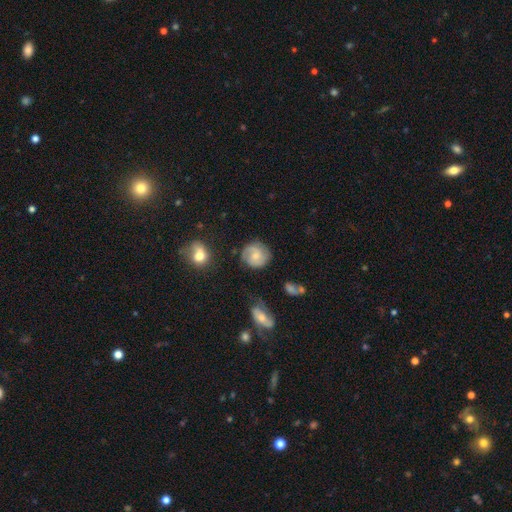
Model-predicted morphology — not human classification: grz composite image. It shows a featured or disk galaxy (59%) with no bar (59%), 2 (75%) tight (43%) spiral arms (89%) and a small central bulge (48%). Merging: none (77%).